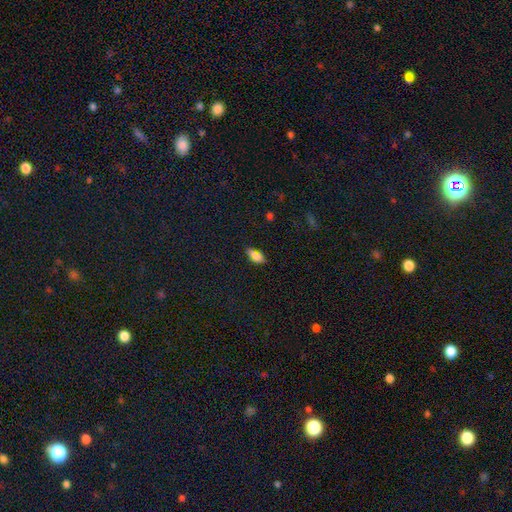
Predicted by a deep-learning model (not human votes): This is likely a smooth galaxy (70%). How rounded: clearly in between (82%). Merging: likely none (70%).